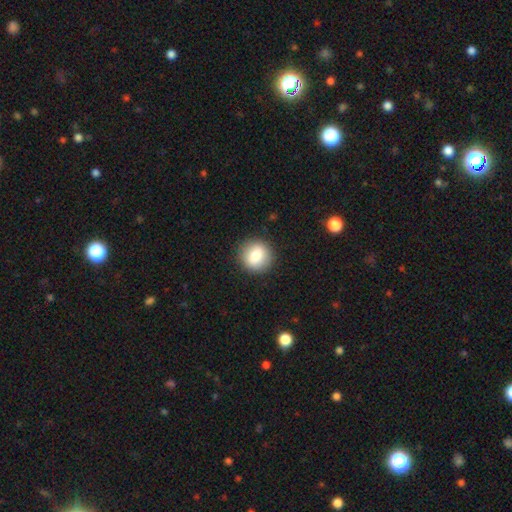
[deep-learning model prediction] Smooth or featured? smooth (80%)
How rounded? round (90%)
Merging? none (90%)